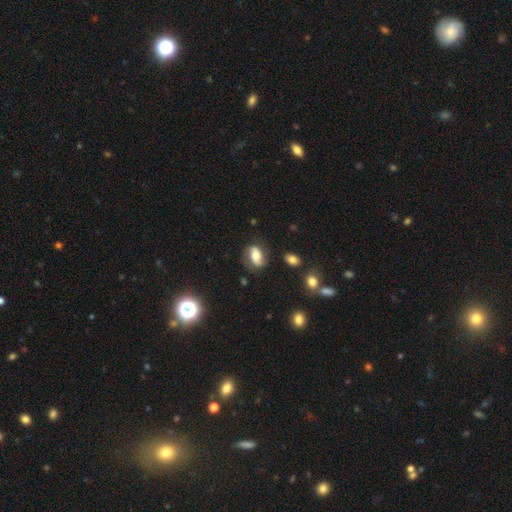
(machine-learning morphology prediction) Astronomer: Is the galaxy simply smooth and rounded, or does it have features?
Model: featured or disk — 46% (runner-up: smooth, 45%).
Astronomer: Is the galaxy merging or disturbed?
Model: none — 72%.